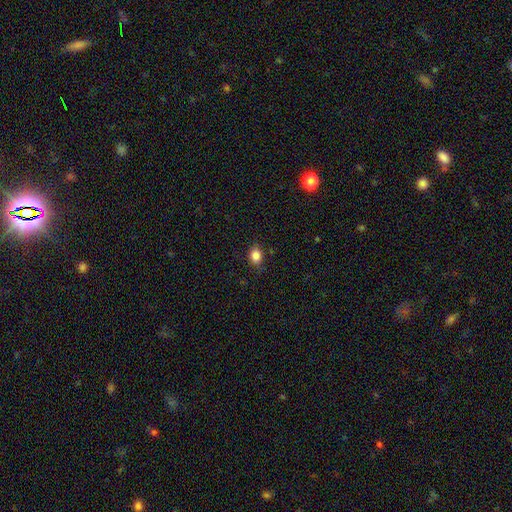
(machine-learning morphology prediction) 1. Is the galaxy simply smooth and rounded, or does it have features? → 85% smooth, 11% star or artifact, 5% featured or disk.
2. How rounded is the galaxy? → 58% in between, 41% round, 1% cigar-shaped.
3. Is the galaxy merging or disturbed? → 83% none, 13% minor disturbance, 3% major disturbance, 1% merger.